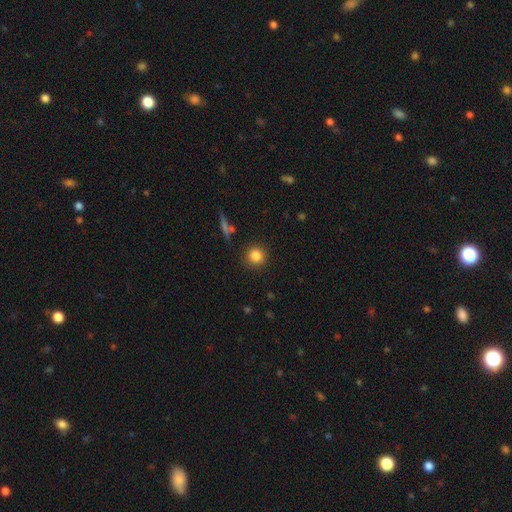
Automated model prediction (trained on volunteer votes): Smooth or featured: smooth — 84% (star or artifact — 11%)
How rounded: round — 93% (in between — 6%)
Merging: none — 88% (minor disturbance — 7%)